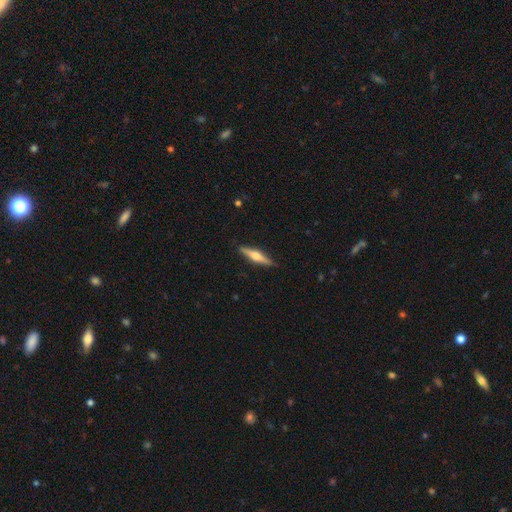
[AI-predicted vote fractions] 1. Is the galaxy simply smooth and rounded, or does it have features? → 63% featured or disk, 31% smooth, 5% star or artifact.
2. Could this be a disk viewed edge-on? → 97% yes, 3% no.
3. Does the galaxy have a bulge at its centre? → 91% rounded, 5% boxy, 3% none.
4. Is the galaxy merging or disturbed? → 90% none, 7% minor disturbance, 2% major disturbance, 1% merger.